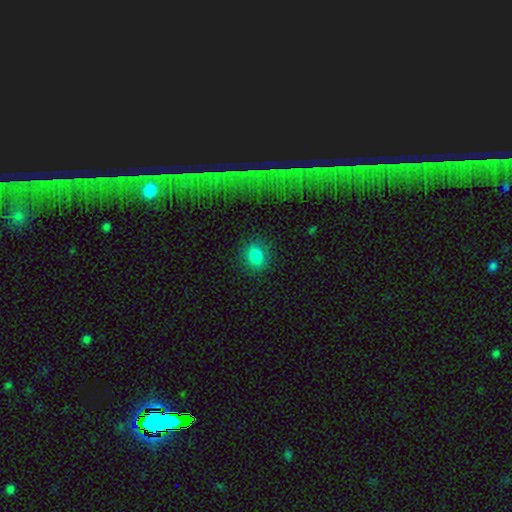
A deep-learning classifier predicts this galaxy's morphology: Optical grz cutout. It shows a smooth galaxy with no disk features (85%) that is in between round and cigar-shaped (50%). Merging: none (83%).